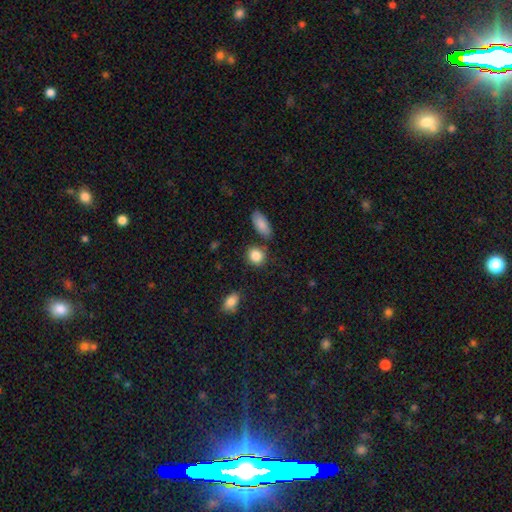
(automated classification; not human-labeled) Smooth or featured? Predicted: smooth (p=0.87). How rounded? Predicted: round (p=0.65). Merging? Predicted: none (p=0.76).